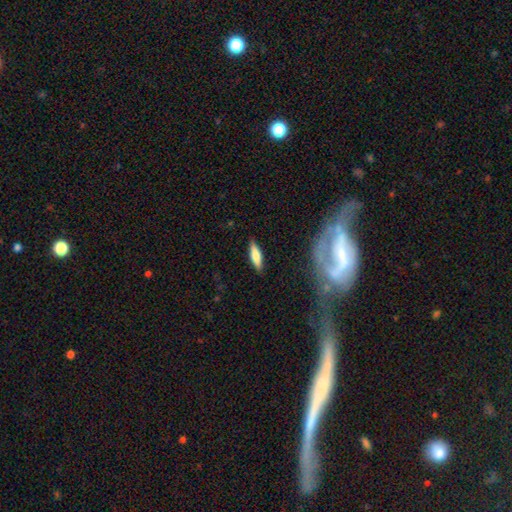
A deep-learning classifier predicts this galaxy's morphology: Smooth or featured? Predicted: smooth (p=0.70). How rounded? Predicted: cigar-shaped (p=0.63). Merging? Predicted: none (p=0.86).